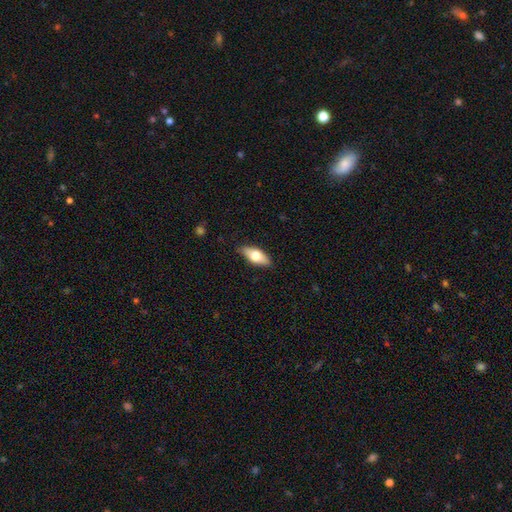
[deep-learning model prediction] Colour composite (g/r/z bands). It shows a smooth galaxy with no disk features (64%) that is in between round and cigar-shaped (81%). Merging: none (84%).